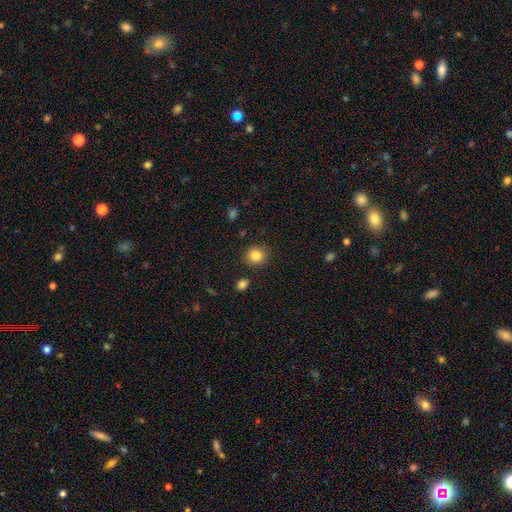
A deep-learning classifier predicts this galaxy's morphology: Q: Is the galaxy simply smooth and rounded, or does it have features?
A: smooth — 84%.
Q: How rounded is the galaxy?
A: round — 83%.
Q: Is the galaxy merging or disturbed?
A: none — 88%.